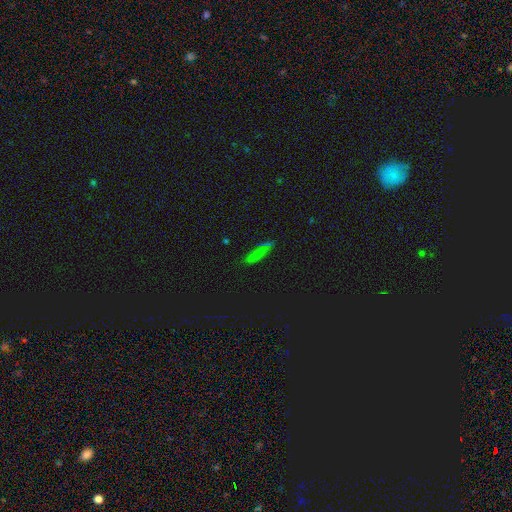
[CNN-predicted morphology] smooth 58%, star or artifact 29%, featured or disk 13%. Down the decision tree: how rounded — cigar-shaped (54%); merging — none (70%).